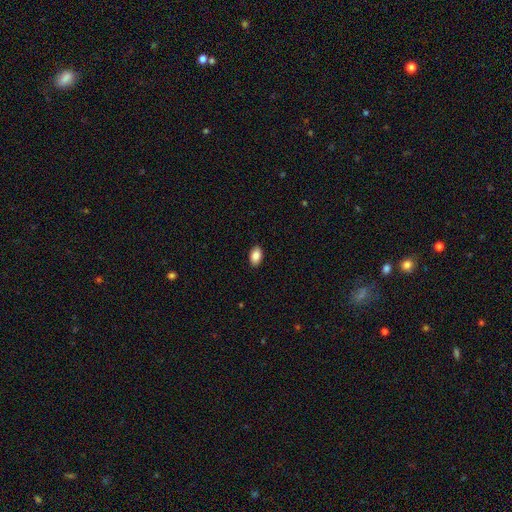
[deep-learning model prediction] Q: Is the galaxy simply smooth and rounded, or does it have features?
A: smooth — 87%.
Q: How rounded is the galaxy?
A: in between — 92%.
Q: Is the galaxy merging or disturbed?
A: none — 89%.